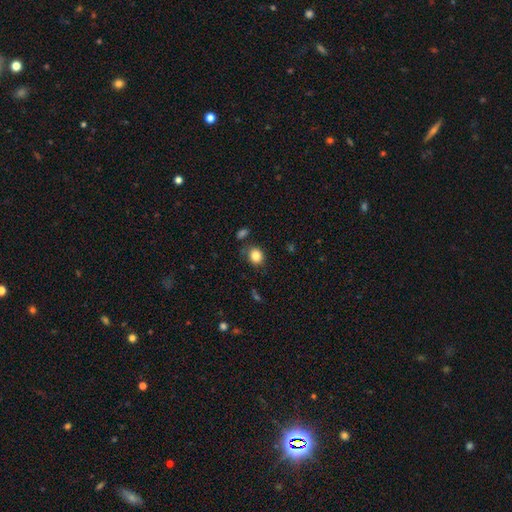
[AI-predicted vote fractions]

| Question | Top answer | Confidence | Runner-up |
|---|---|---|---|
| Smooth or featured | smooth | 84% | star or artifact (10%) |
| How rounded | round | 64% | in between (35%) |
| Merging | none | 78% | minor disturbance (14%) |